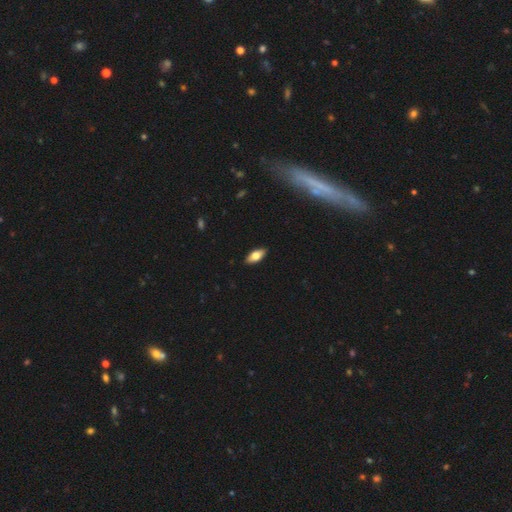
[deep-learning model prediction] A smooth galaxy with no disk features (70%) that is in between round and cigar-shaped (85%).

Vote fractions:
- Smooth or featured? smooth: 70% / featured or disk: 24% / star or artifact: 6%
- How rounded? in between: 85% / cigar-shaped: 12% / round: 3%
- Merging? none: 89% / minor disturbance: 8% / major disturbance: 2% / merger: 1%